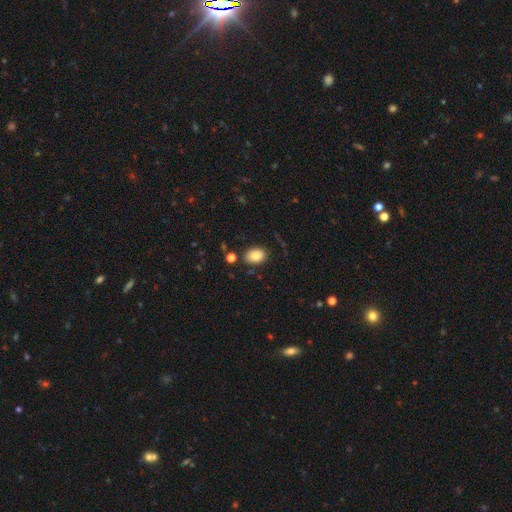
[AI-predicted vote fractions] Morphology: type=smooth (86%); roundness=in between (78%); merging=none (83%).